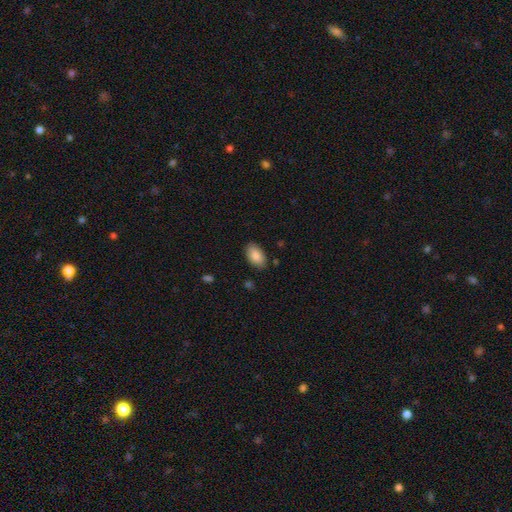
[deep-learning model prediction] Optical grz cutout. It shows a smooth galaxy with no disk features (87%) that is in between round and cigar-shaped (93%). Merging: none (86%).